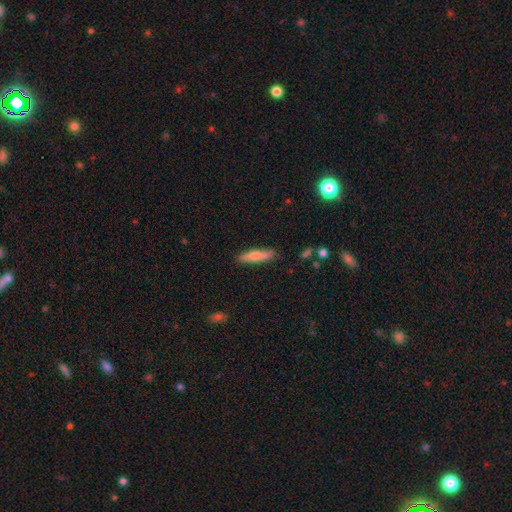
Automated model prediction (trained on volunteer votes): A smooth galaxy with no disk features (70%) that is cigar-shaped (79%).

Vote fractions:
- Smooth or featured? smooth: 70% / featured or disk: 24% / star or artifact: 6%
- How rounded? cigar-shaped: 79% / in between: 19% / round: 2%
- Merging? none: 79% / minor disturbance: 15% / merger: 3% / major disturbance: 3%